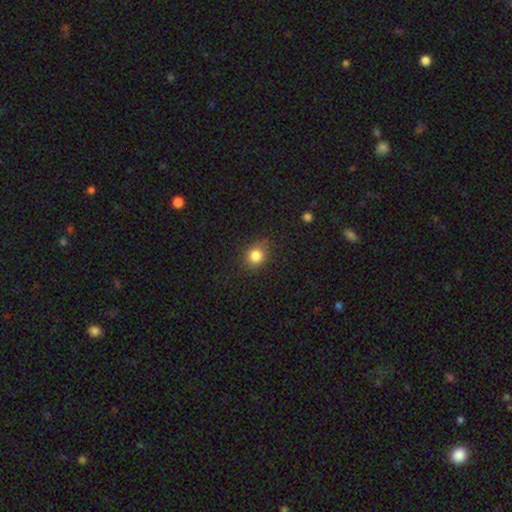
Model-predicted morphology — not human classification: smooth 83%, star or artifact 11%, featured or disk 6%. Down the decision tree: how rounded — round (71%); merging — none (82%).